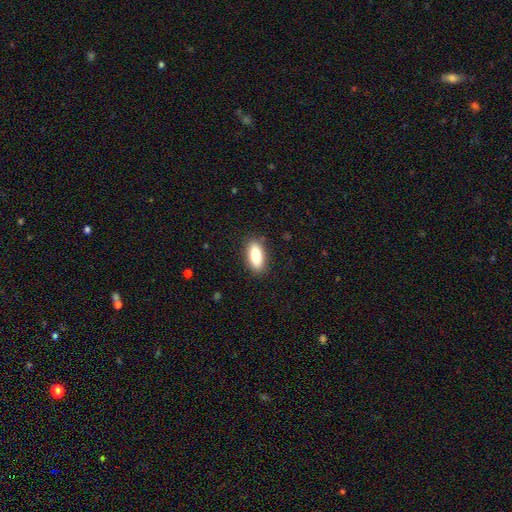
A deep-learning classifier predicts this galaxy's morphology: smooth_or_featured: smooth (p=0.83) [alt: featured or disk p=0.11]
how_rounded: in between (p=0.82) [alt: cigar-shaped p=0.15]
merging: none (p=0.87) [alt: minor disturbance p=0.10]